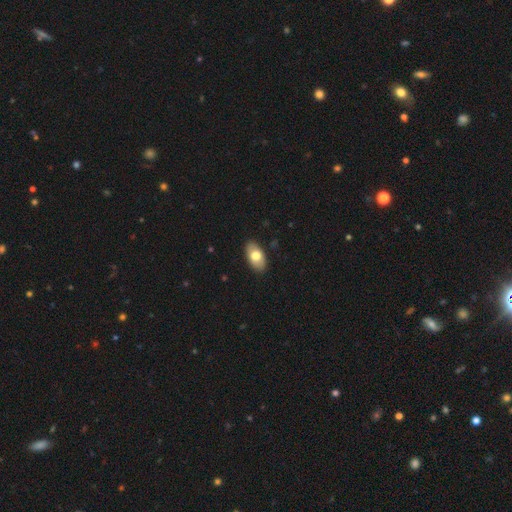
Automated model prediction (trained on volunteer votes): A smooth galaxy with no disk features (73%) that is in between round and cigar-shaped (94%).

Vote fractions:
- Smooth or featured? smooth: 73% / featured or disk: 21% / star or artifact: 6%
- How rounded? in between: 94% / round: 4% / cigar-shaped: 2%
- Merging? none: 89% / minor disturbance: 8% / major disturbance: 2% / merger: 1%